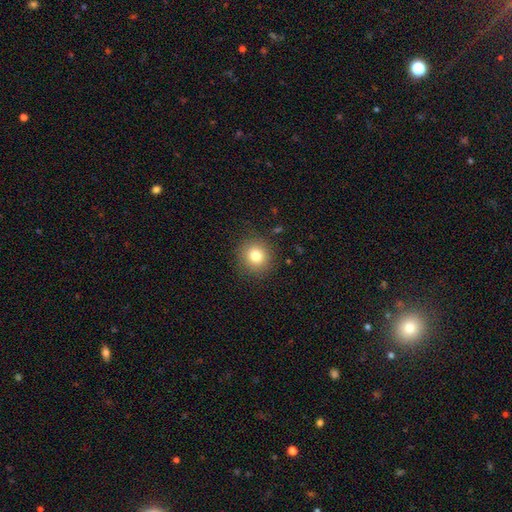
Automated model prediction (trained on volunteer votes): Q: Smooth or featured?
A: smooth (80%); runner-up: star or artifact (12%)
Q: How rounded?
A: round (91%); runner-up: in between (8%)
Q: Merging?
A: none (88%); runner-up: minor disturbance (8%)